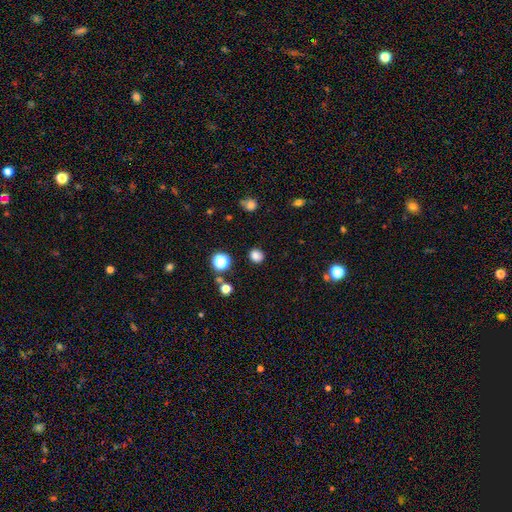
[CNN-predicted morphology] Smooth or featured? smooth (81%)
How rounded? round (83%)
Merging? none (88%)